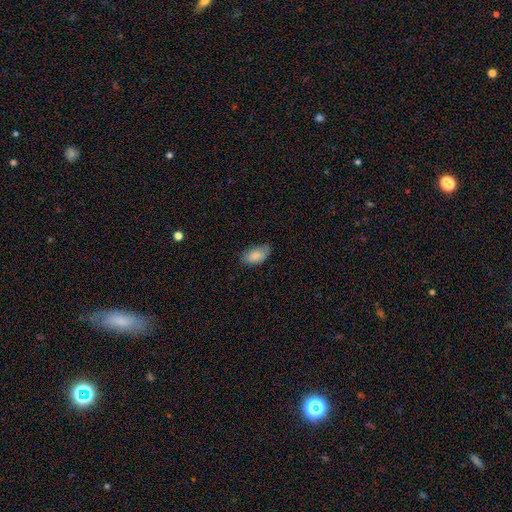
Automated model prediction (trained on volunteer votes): smooth_or_featured: smooth (p=0.83) [alt: featured or disk p=0.10]
how_rounded: in between (p=0.94) [alt: round p=0.04]
merging: none (p=0.68) [alt: minor disturbance p=0.26]